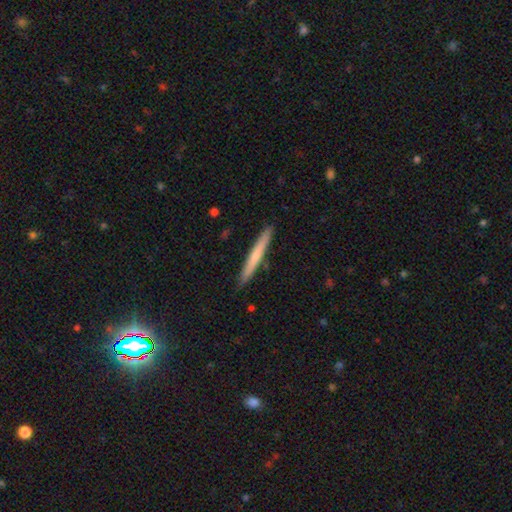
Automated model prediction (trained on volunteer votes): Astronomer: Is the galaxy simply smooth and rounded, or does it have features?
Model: smooth — 59% (runner-up: featured or disk, 36%).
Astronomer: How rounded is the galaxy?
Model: cigar-shaped — 97%.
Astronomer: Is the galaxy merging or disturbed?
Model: none — 91%.